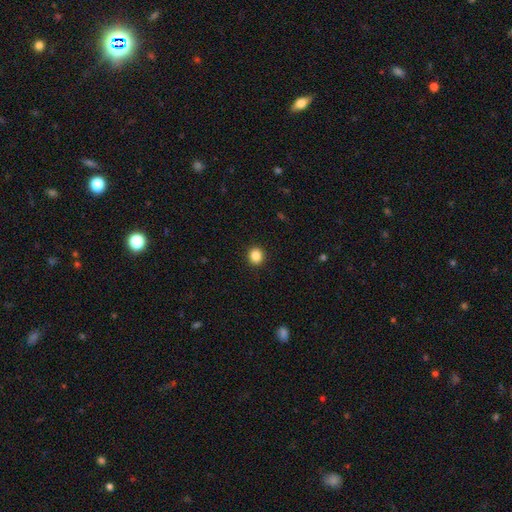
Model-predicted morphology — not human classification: smooth_or_featured: smooth (p=0.86) [alt: star or artifact p=0.10]
how_rounded: round (p=0.86) [alt: in between p=0.13]
merging: none (p=0.92) [alt: minor disturbance p=0.05]